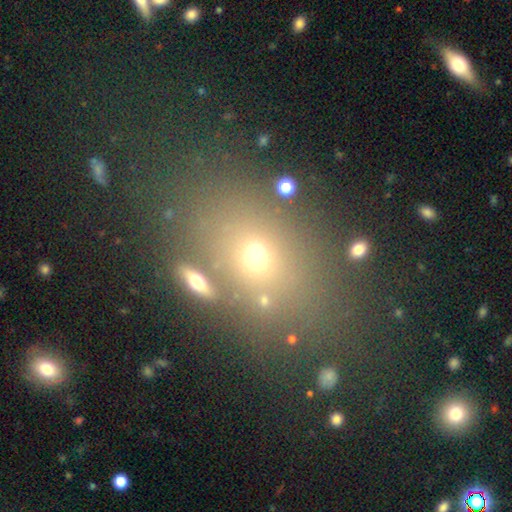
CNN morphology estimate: This is possibly a smooth galaxy (60%). How rounded: likely in between (65%). Merging: likely none (73%).